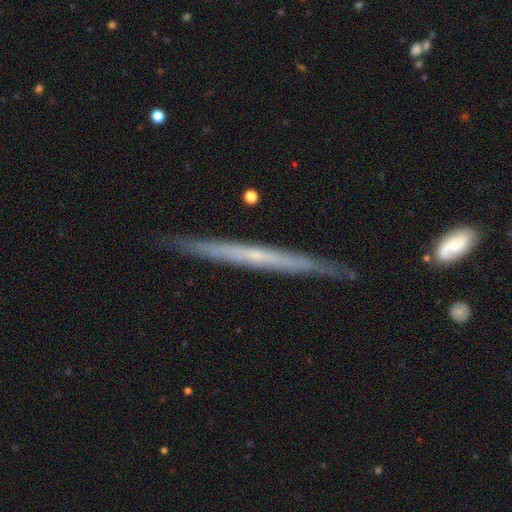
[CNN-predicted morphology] smooth_or_featured: featured or disk (p=0.70) [alt: smooth p=0.24]
disk_edge_on: yes (p=0.95) [alt: no p=0.05]
edge_on_bulge: none (p=0.71) [alt: rounded p=0.26]
merging: none (p=0.87) [alt: minor disturbance p=0.10]